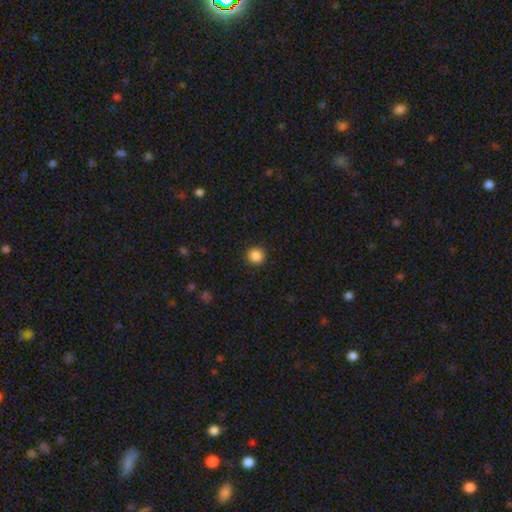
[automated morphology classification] smooth-or-featured: smooth: 87% | star or artifact: 10% | featured or disk: 3%
  how-rounded: round: 94% | in between: 5% | cigar-shaped: 1%
  merging: none: 92% | minor disturbance: 5% | major disturbance: 2% | merger: 1%